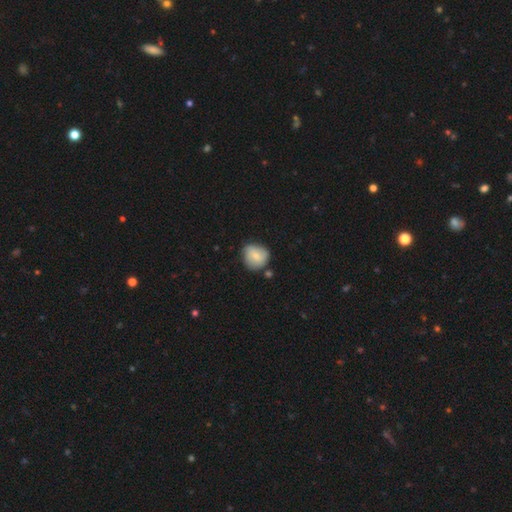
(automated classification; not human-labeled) Smooth or featured?
  - smooth: 74% *
  - featured or disk: 19%
  - star or artifact: 7%
How rounded?
  - round: 82% *
  - in between: 17%
  - cigar-shaped: 1%
Merging?
  - none: 63% *
  - minor disturbance: 26%
  - merger: 6%
  - major disturbance: 5%